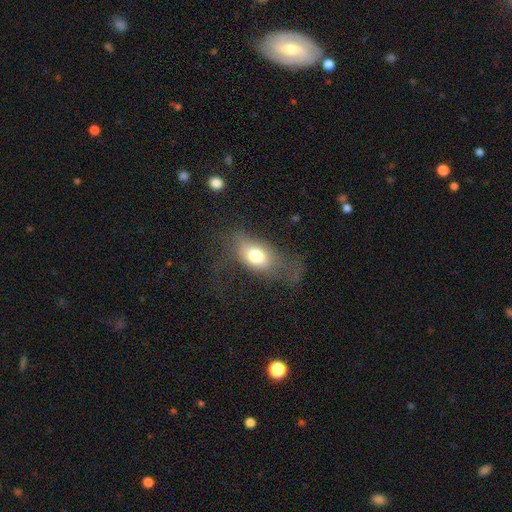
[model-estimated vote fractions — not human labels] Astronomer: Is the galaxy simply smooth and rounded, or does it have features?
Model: smooth — 70%.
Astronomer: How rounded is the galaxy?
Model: in between — 84%.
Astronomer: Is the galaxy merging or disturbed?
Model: none — 40% (runner-up: major disturbance, 35%).